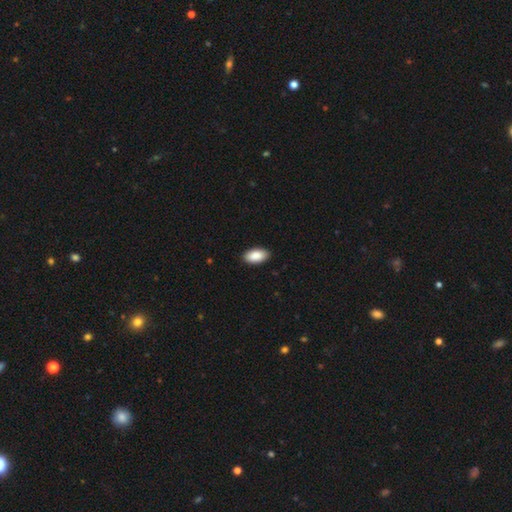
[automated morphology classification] Smooth or featured?
  - smooth: 90% *
  - star or artifact: 6%
  - featured or disk: 4%
How rounded?
  - in between: 95% *
  - cigar-shaped: 3%
  - round: 2%
Merging?
  - none: 90% *
  - minor disturbance: 8%
  - major disturbance: 2%
  - merger: 1%